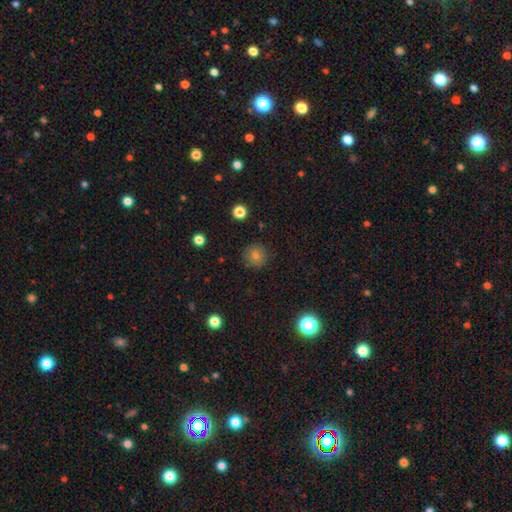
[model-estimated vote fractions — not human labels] Smooth or featured?
  - smooth: 75% *
  - star or artifact: 16%
  - featured or disk: 9%
How rounded?
  - round: 94% *
  - in between: 5%
  - cigar-shaped: 1%
Merging?
  - none: 88% *
  - minor disturbance: 8%
  - major disturbance: 2%
  - merger: 1%